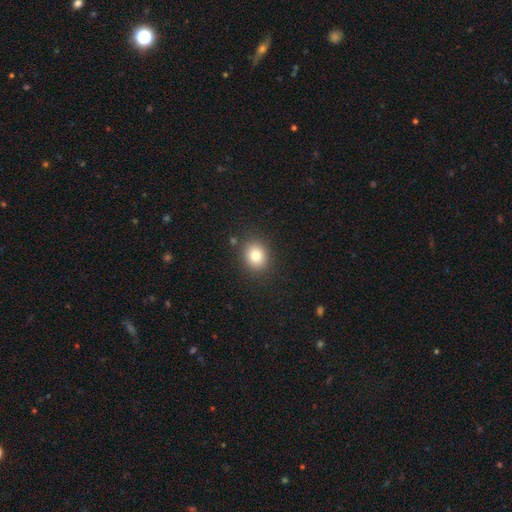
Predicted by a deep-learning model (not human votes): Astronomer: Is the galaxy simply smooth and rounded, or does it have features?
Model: smooth — 80%.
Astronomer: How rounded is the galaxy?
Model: round — 68%.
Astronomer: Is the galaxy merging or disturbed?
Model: none — 86%.